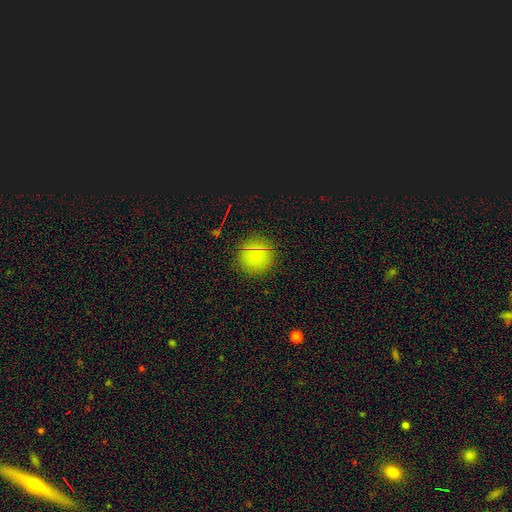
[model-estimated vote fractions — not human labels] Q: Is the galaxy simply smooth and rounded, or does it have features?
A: smooth — 80%.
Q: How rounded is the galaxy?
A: round — 93%.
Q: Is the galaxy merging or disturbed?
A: none — 87%.